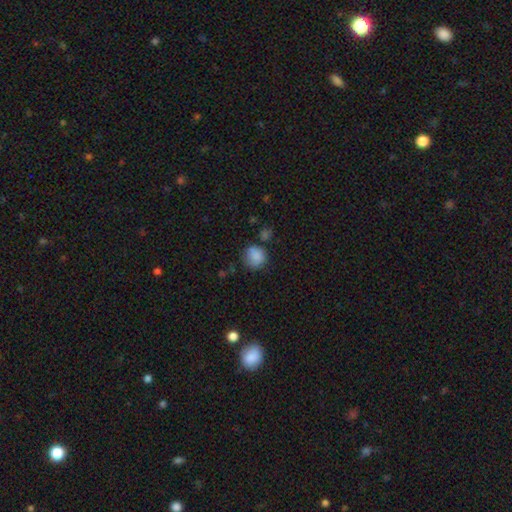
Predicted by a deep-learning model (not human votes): smooth-or-featured: smooth: 84% | star or artifact: 10% | featured or disk: 6%
  how-rounded: round: 80% | in between: 19% | cigar-shaped: 1%
  merging: none: 66% | minor disturbance: 23% | major disturbance: 7% | merger: 5%